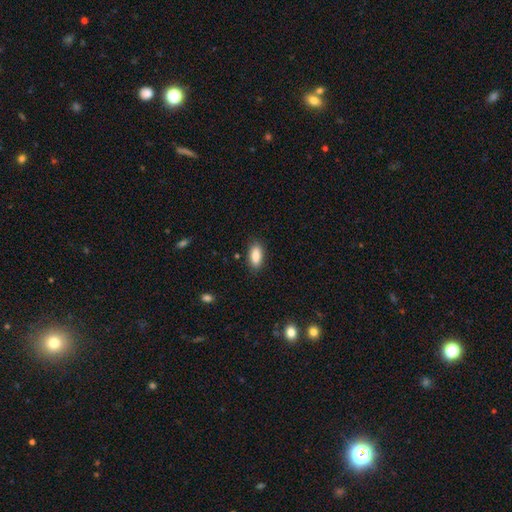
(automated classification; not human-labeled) This is clearly a smooth galaxy (87%). How rounded: clearly in between (84%). Merging: clearly none (86%).